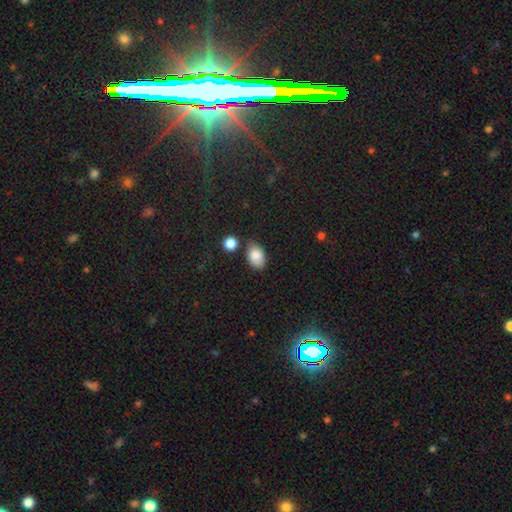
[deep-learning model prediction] smooth 84%, star or artifact 8%, featured or disk 8%. Down the decision tree: how rounded — in between (86%); merging — none (68%).